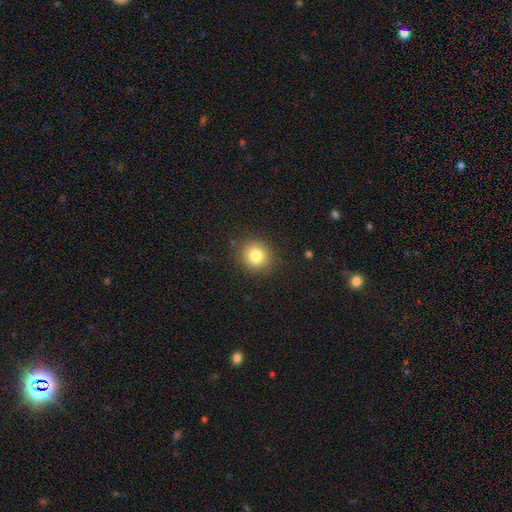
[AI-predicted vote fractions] Morphology: type=smooth (80%); roundness=round (86%); merging=none (87%).